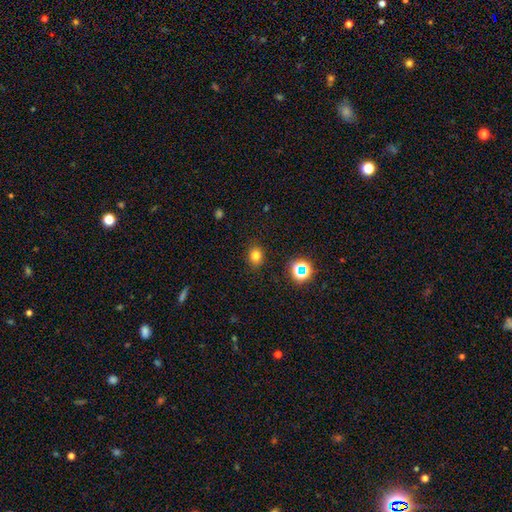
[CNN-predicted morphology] A smooth galaxy with no disk features (77%) that is round (62%).

Vote fractions:
- Smooth or featured? smooth: 77% / star or artifact: 17% / featured or disk: 6%
- How rounded? round: 62% / in between: 37% / cigar-shaped: 1%
- Merging? none: 87% / minor disturbance: 9% / major disturbance: 3% / merger: 1%